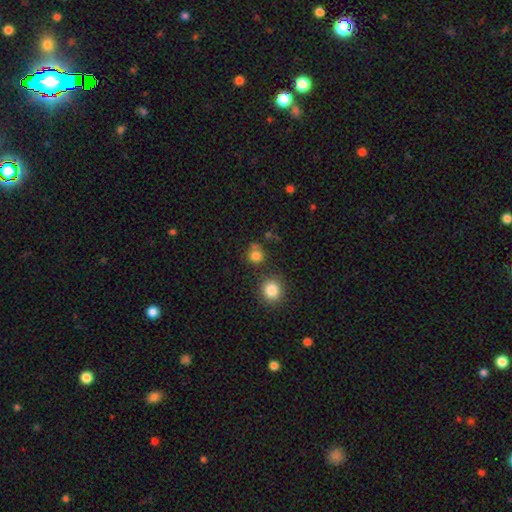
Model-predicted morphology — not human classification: Smooth or featured? smooth (81%)
How rounded? round (88%)
Merging? none (69%)